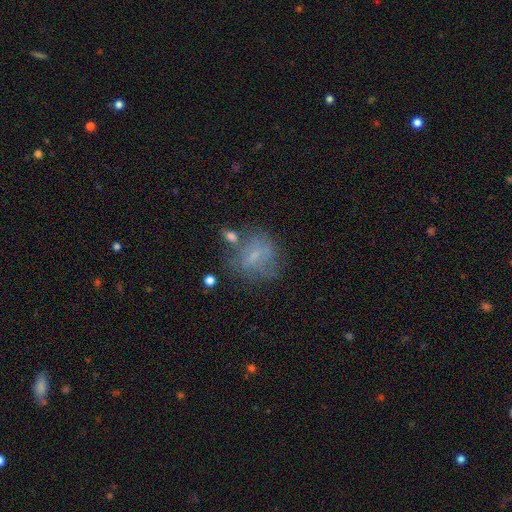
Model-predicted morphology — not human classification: Q: Smooth or featured?
A: featured or disk (45%); runner-up: smooth (40%)
Q: Merging?
A: none (53%); runner-up: minor disturbance (21%)